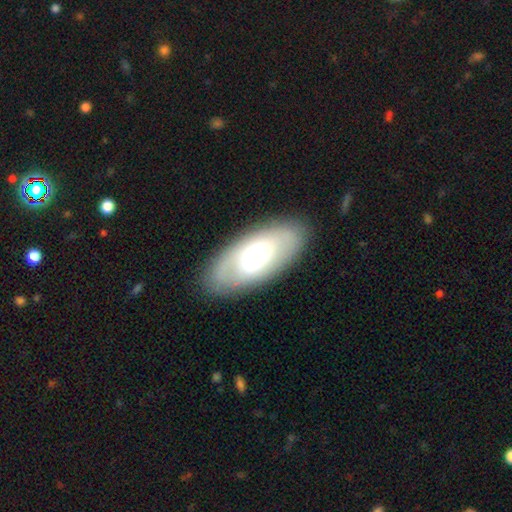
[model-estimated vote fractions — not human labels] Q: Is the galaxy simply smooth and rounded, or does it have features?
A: featured or disk — 50%.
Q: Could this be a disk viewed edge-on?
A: no — 87%.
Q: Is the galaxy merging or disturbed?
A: none — 84%.